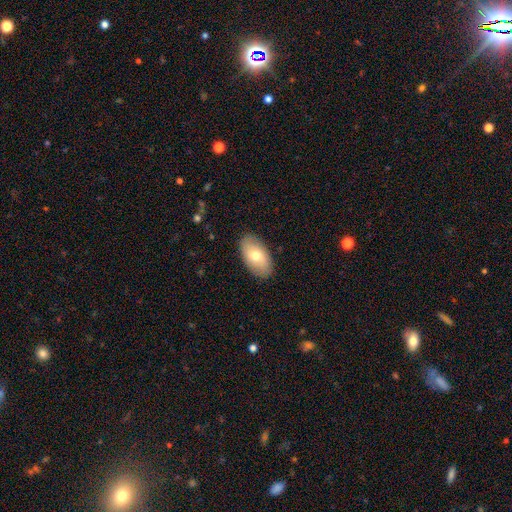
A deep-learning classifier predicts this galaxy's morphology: The model was most divided on "smooth or featured": smooth: 69%, featured or disk: 25%, star or artifact: 6%. More confident: how rounded — in between (94%); merging — none (87%).